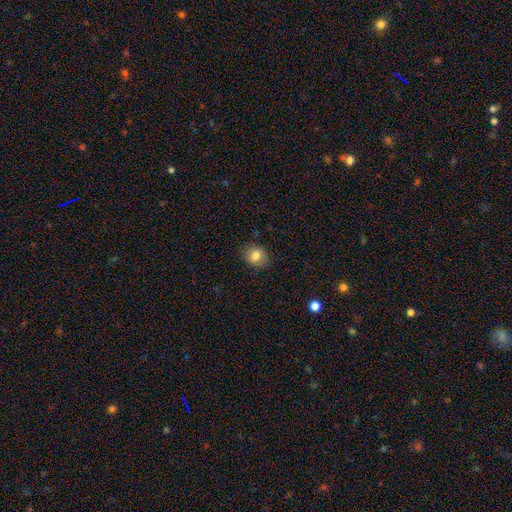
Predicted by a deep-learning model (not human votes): Morphology: type=smooth (81%); roundness=round (61%); merging=none (85%).